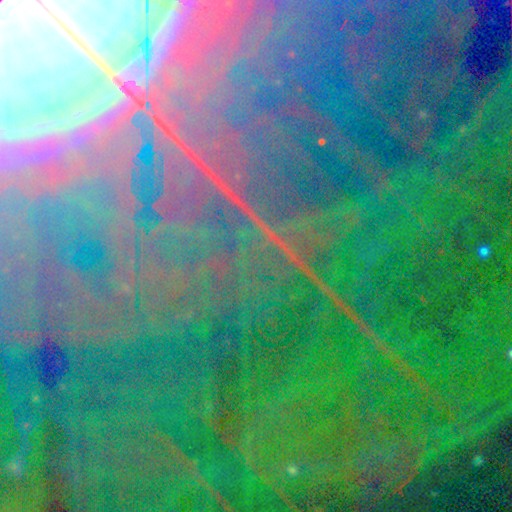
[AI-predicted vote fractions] Smooth or featured?
  - star or artifact: 88% *
  - featured or disk: 7%
  - smooth: 5%